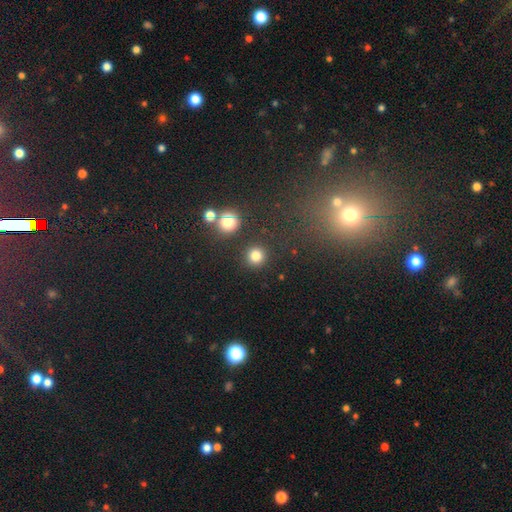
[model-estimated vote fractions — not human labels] Smooth or featured? smooth (80%)
How rounded? round (94%)
Merging? none (88%)